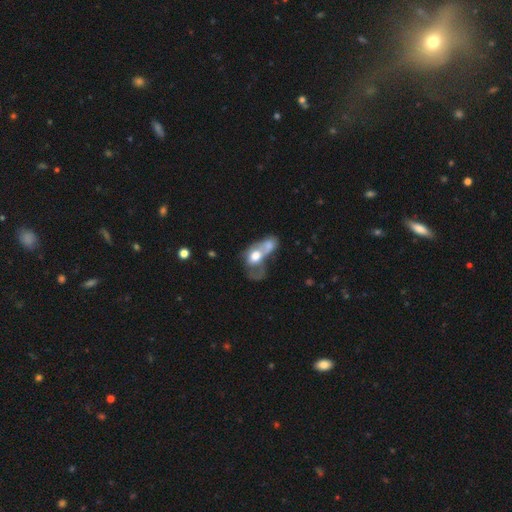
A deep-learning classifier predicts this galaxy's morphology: smooth_or_featured: smooth (p=0.54) [alt: featured or disk p=0.37]
how_rounded: in between (p=0.67) [alt: round p=0.29]
merging: merger (p=0.70) [alt: major disturbance p=0.17]